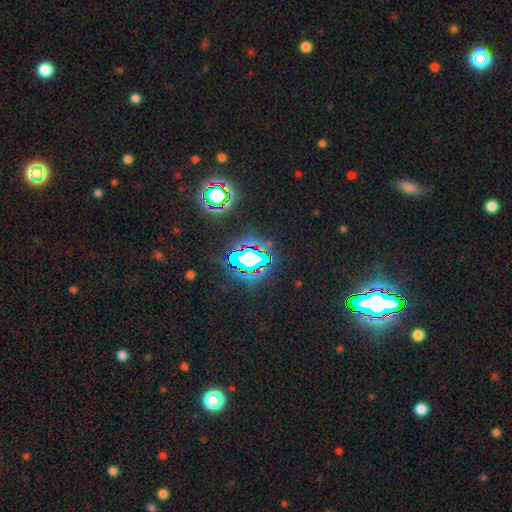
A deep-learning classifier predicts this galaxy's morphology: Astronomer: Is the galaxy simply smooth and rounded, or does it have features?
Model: star or artifact — 83%.